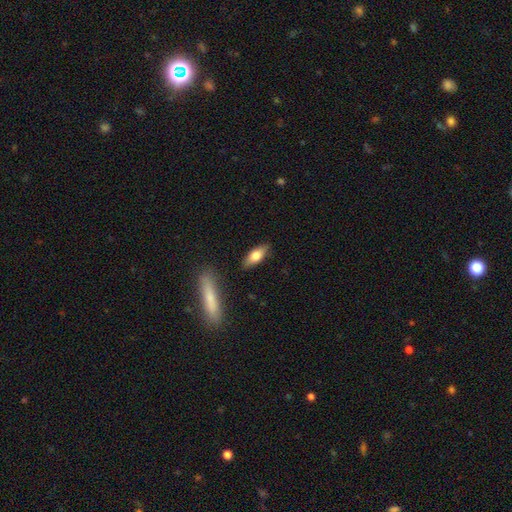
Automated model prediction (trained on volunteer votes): Overall: smooth (67%). How rounded: in between (65%; cigar-shaped 32%). Merging: none (86%).